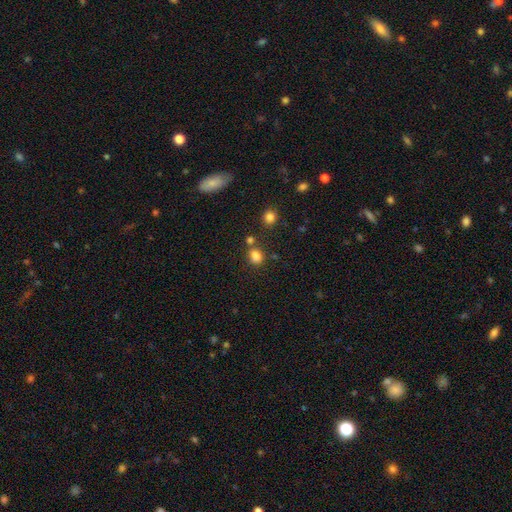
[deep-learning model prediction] Smooth or featured? Predicted: smooth (p=0.82). How rounded? Predicted: round (p=0.53). Merging? Predicted: none (p=0.67).